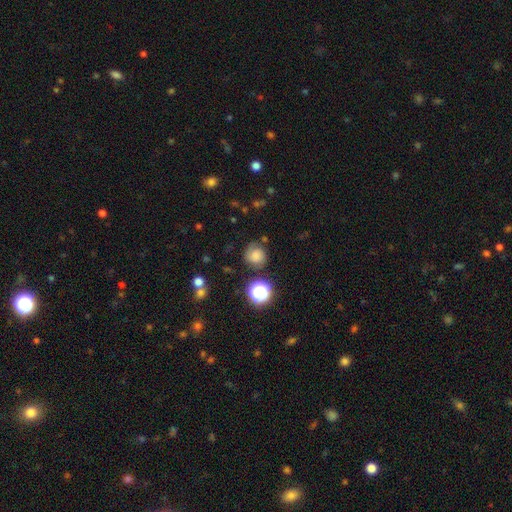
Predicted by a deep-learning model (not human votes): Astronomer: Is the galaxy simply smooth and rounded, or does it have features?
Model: smooth — 64%.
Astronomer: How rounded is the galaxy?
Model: round — 87%.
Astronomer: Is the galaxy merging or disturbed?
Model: none — 69%.